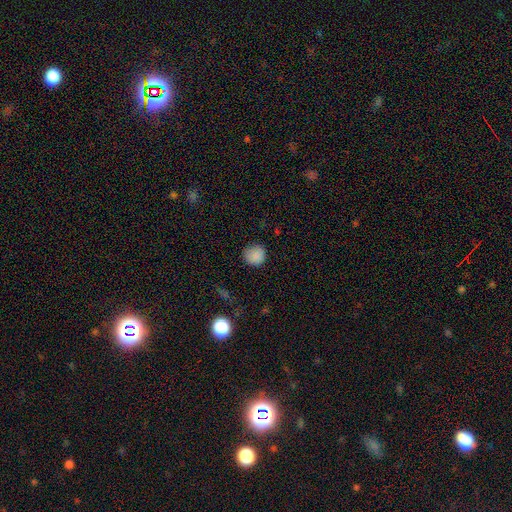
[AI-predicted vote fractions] Smooth or featured? smooth (85%)
How rounded? round (89%)
Merging? none (80%)